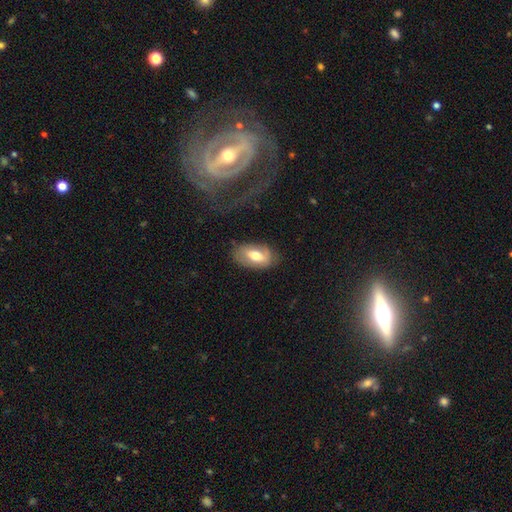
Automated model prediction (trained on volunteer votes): smooth 57%, featured or disk 36%, star or artifact 7%. Down the decision tree: how rounded — in between (92%); merging — none (71%).